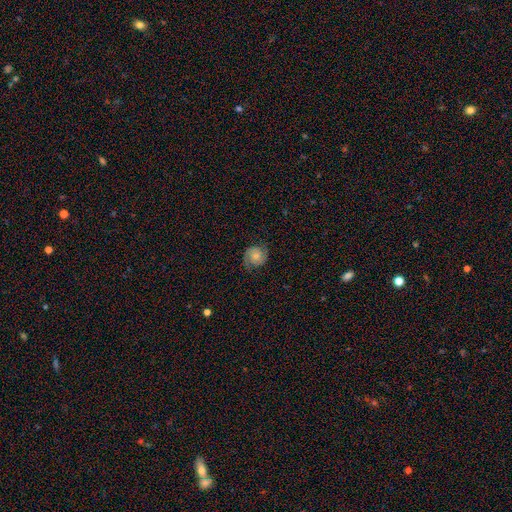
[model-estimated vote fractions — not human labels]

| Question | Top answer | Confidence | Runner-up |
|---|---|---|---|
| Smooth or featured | featured or disk | 70% | smooth (22%) |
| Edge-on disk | no | 98% | yes (2%) |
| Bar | no | 72% | weak (24%) |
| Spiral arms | yes | 95% | no (5%) |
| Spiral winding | tight | 47% | medium (40%) |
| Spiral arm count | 2 | 88% | can't tell (5%) |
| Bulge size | moderate | 46% | small (39%) |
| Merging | none | 79% | minor disturbance (15%) |